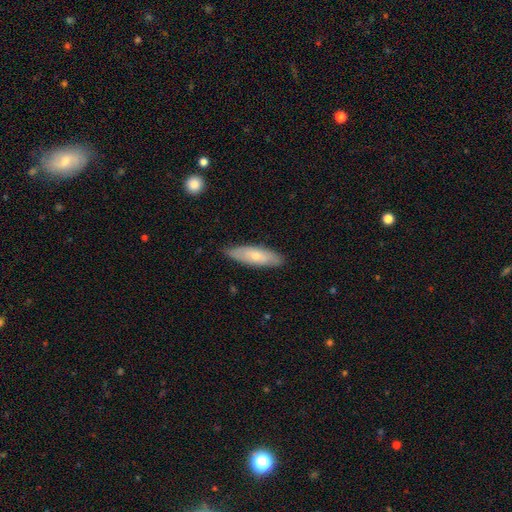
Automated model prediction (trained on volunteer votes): A smooth galaxy with no disk features (55%) that is in between round and cigar-shaped (52%).

Vote fractions:
- Smooth or featured? smooth: 55% / featured or disk: 39% / star or artifact: 6%
- How rounded? in between: 52% / cigar-shaped: 45% / round: 2%
- Merging? none: 82% / minor disturbance: 14% / major disturbance: 2% / merger: 1%